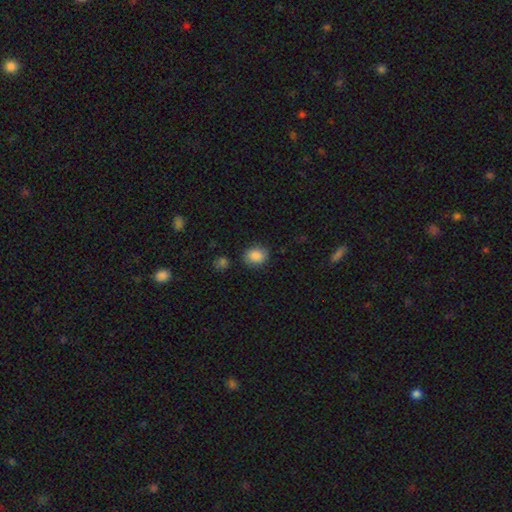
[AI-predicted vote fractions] Smooth or featured?
  - smooth: 86% *
  - star or artifact: 9%
  - featured or disk: 5%
How rounded?
  - round: 63% *
  - in between: 36%
  - cigar-shaped: 1%
Merging?
  - none: 82% *
  - minor disturbance: 12%
  - major disturbance: 3%
  - merger: 3%